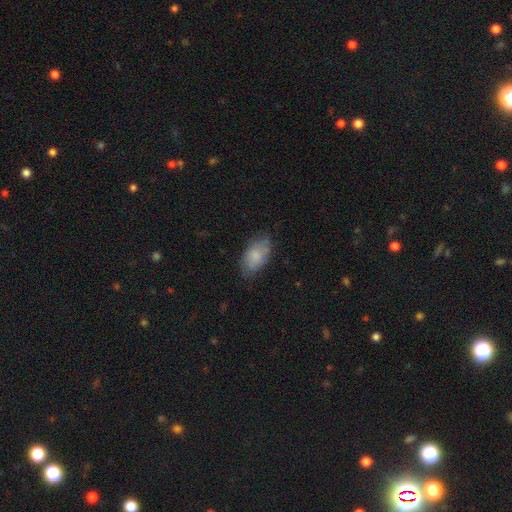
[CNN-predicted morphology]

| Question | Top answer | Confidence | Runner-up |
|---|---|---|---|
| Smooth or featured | smooth | 78% | featured or disk (15%) |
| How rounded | in between | 93% | round (4%) |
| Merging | none | 70% | minor disturbance (22%) |